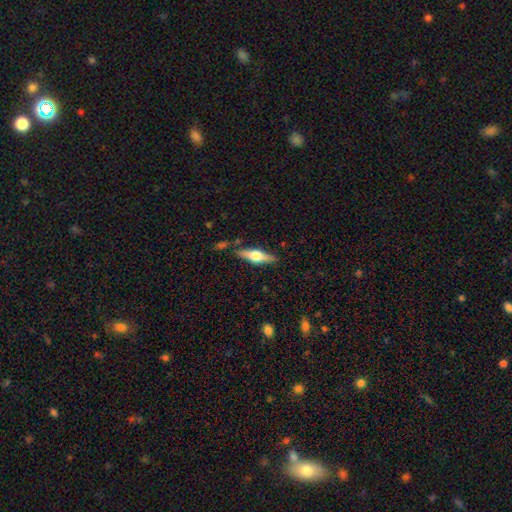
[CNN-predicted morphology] This appears to be a featured or disk galaxy (57%) viewed edge-on (94%) with a rounded central bulge (94%). Merging: none (82%).